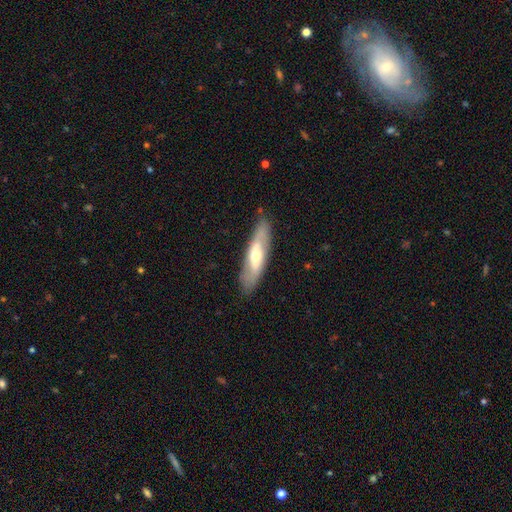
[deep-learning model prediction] Q: Smooth or featured?
A: featured or disk (54%); runner-up: smooth (41%)
Q: Edge-on disk?
A: no (58%); runner-up: yes (42%)
Q: Merging?
A: none (83%); runner-up: minor disturbance (13%)